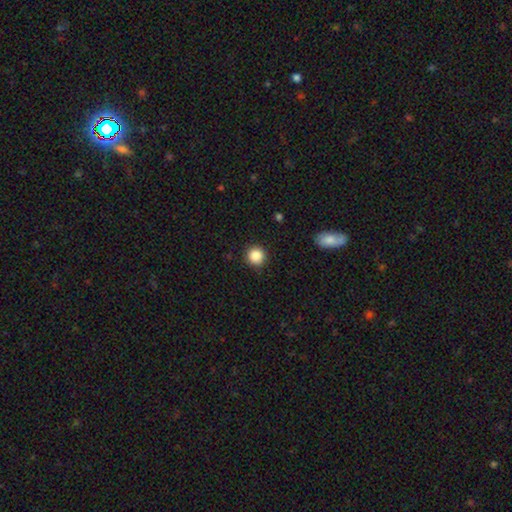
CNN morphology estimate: type=smooth (87%); roundness=round (95%); merging=none (91%).